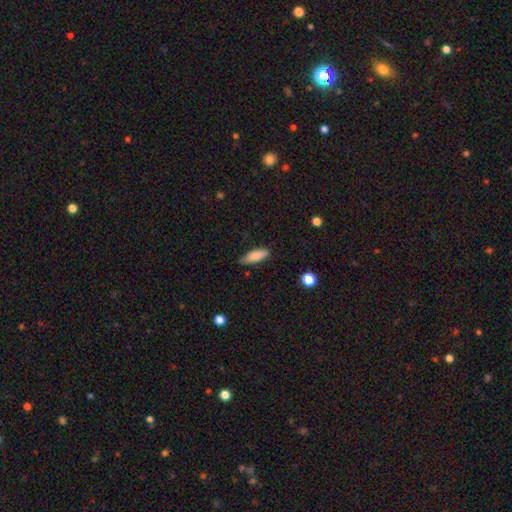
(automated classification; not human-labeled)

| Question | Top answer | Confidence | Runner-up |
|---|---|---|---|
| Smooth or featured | smooth | 84% | featured or disk (9%) |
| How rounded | in between | 62% | cigar-shaped (36%) |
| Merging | none | 77% | minor disturbance (19%) |